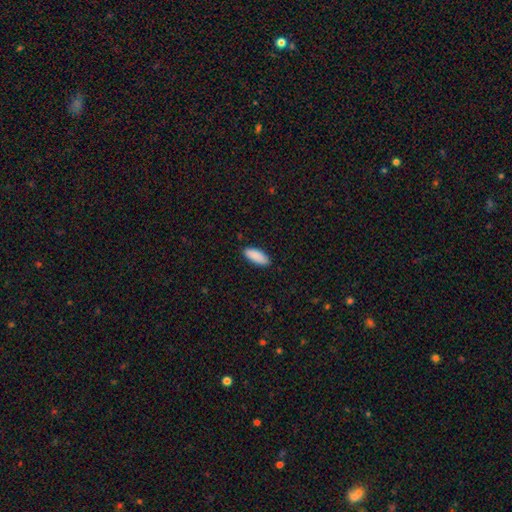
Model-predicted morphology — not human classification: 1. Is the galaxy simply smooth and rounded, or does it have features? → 90% smooth, 6% star or artifact, 4% featured or disk.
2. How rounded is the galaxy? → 78% in between, 20% cigar-shaped, 2% round.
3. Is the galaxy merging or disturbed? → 87% none, 10% minor disturbance, 2% major disturbance, 1% merger.